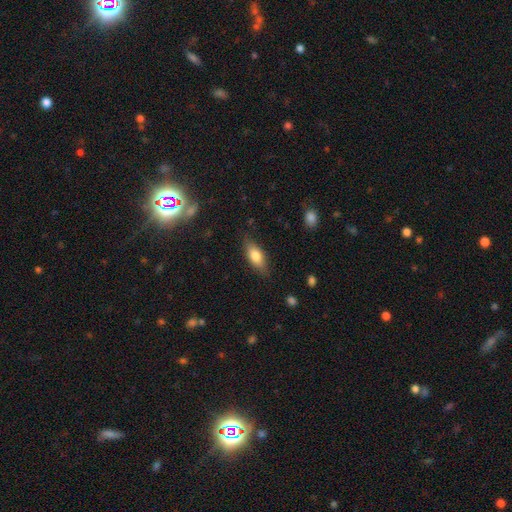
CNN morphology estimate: smooth_or_featured: smooth (p=0.74) [alt: featured or disk p=0.19]
how_rounded: in between (p=0.76) [alt: cigar-shaped p=0.21]
merging: none (p=0.81) [alt: minor disturbance p=0.15]